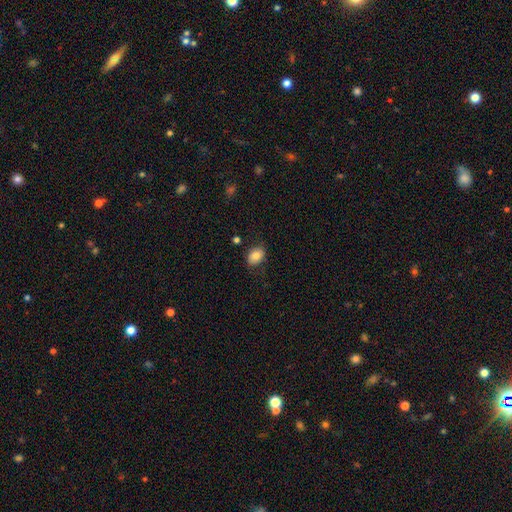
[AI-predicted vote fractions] Smooth or featured? Predicted: smooth (p=0.81). How rounded? Predicted: in between (p=0.74). Merging? Predicted: none (p=0.80).